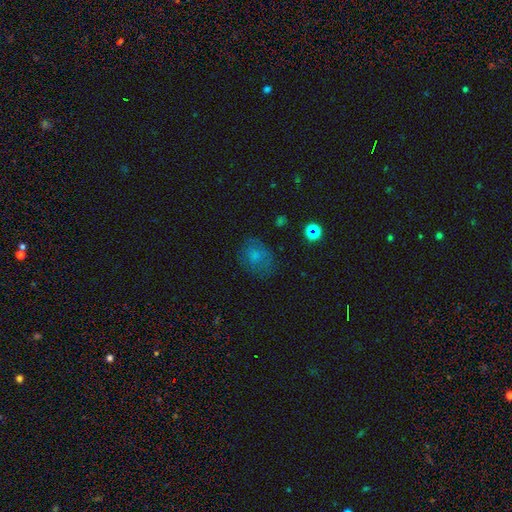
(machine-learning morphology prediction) Smooth or featured? smooth (65%)
How rounded? in between (52%)
Merging? none (65%)